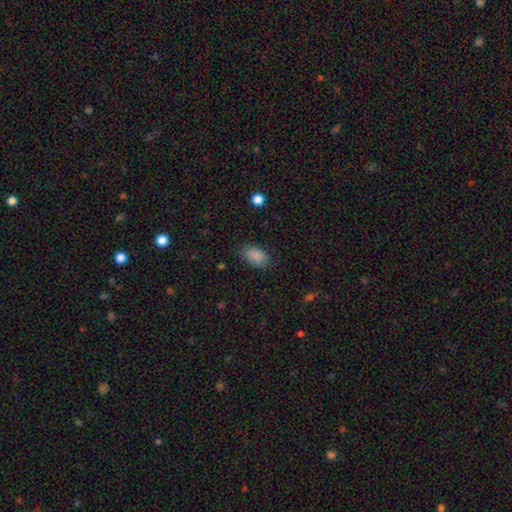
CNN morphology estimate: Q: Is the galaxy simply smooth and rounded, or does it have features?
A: smooth — 88%.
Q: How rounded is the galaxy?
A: in between — 92%.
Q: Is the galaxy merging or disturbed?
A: none — 82%.